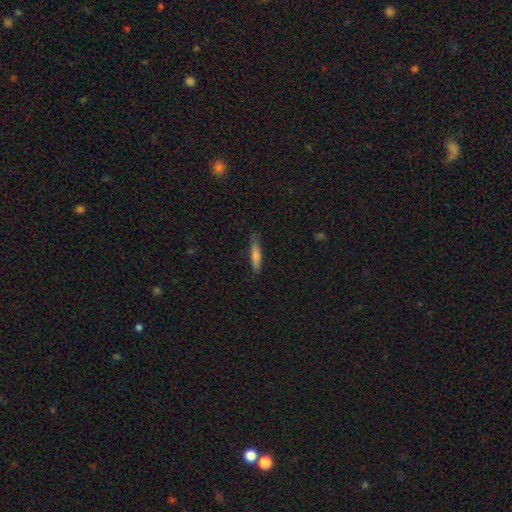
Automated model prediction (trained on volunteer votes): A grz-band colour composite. It shows a smooth galaxy with no disk features (66%) that is cigar-shaped (85%). Merging: none (84%).